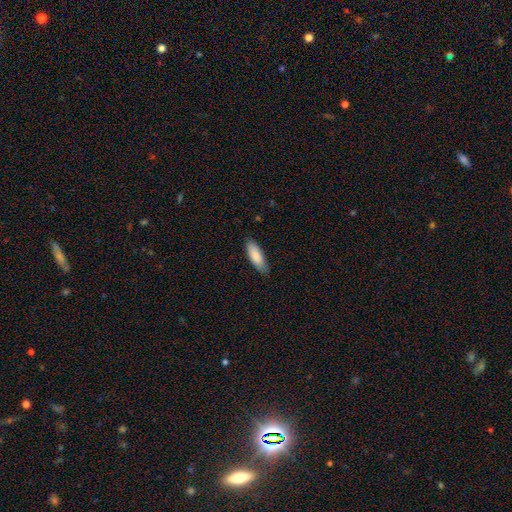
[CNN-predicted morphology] smooth-or-featured: smooth: 85% | featured or disk: 10% | star or artifact: 5%
  how-rounded: in between: 63% | cigar-shaped: 36% | round: 1%
  merging: none: 83% | minor disturbance: 14% | major disturbance: 2% | merger: 1%